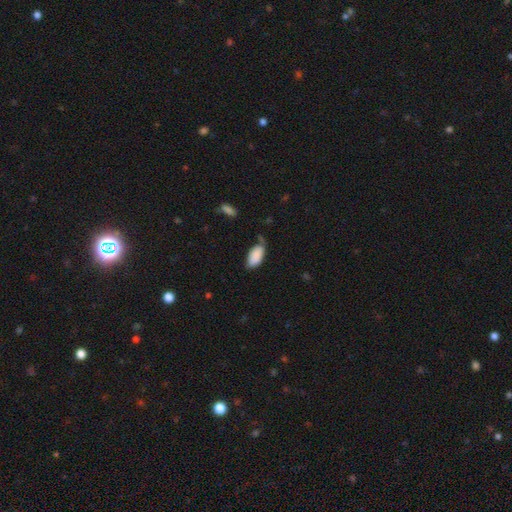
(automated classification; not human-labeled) Smooth or featured? Predicted: smooth (p=0.87). How rounded? Predicted: in between (p=0.94). Merging? Predicted: none (p=0.54).